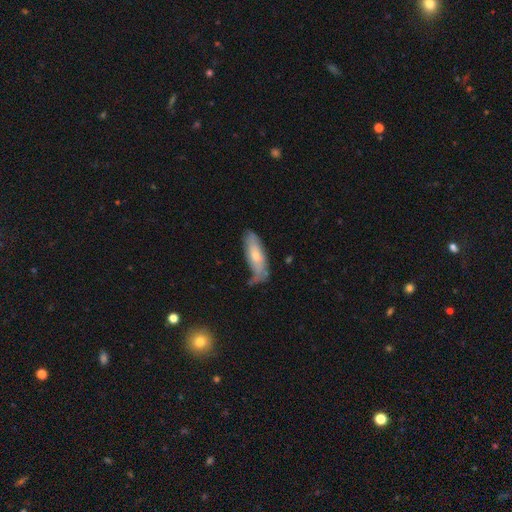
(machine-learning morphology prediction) smooth 61%, featured or disk 33%, star or artifact 6%. Down the decision tree: how rounded — in between (62%); merging — none (48%).